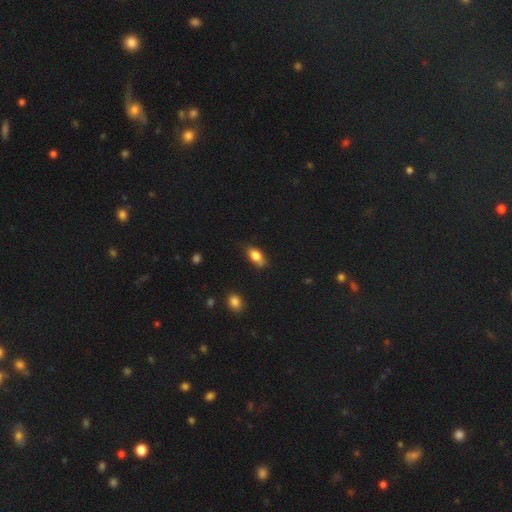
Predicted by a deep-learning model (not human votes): A smooth galaxy with no disk features (77%) that is in between round and cigar-shaped (85%).

Vote fractions:
- Smooth or featured? smooth: 77% / featured or disk: 15% / star or artifact: 8%
- How rounded? in between: 85% / cigar-shaped: 9% / round: 6%
- Merging? none: 69% / minor disturbance: 24% / major disturbance: 5% / merger: 2%